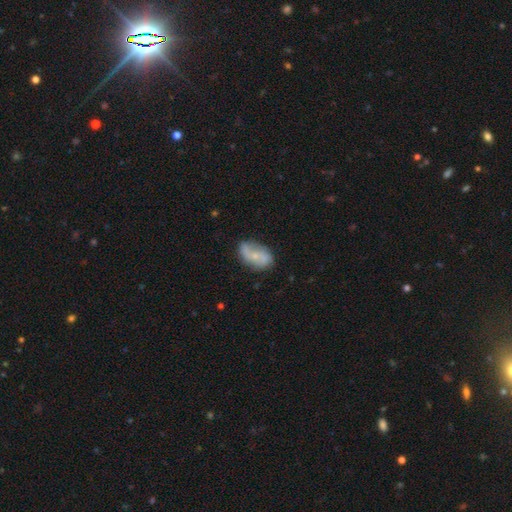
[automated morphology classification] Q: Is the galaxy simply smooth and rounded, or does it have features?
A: featured or disk — 54%.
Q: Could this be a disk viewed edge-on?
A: no — 95%.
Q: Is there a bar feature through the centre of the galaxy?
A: no — 69%.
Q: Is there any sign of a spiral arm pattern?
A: yes — 76%.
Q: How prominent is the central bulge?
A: small — 65%.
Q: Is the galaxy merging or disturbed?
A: none — 58%.